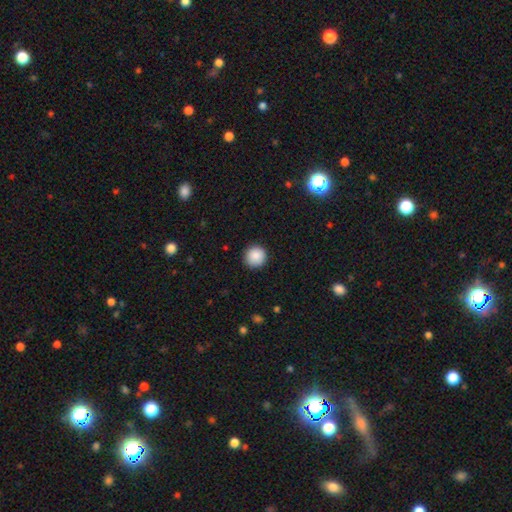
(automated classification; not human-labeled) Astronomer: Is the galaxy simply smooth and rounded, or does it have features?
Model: smooth — 89%.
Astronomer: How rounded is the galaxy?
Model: round — 95%.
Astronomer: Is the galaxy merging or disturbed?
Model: none — 92%.